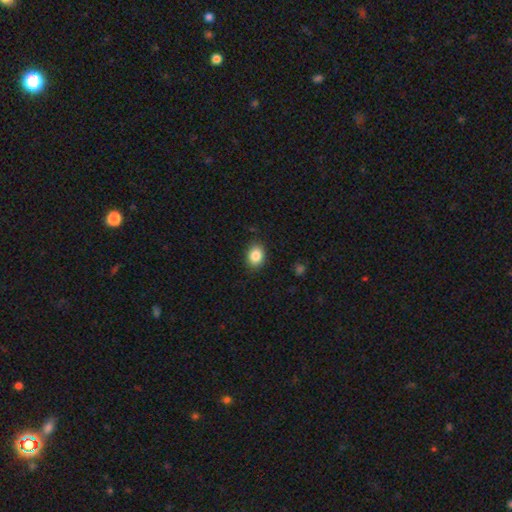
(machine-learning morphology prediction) Smooth or featured?
  - smooth: 86% *
  - star or artifact: 9%
  - featured or disk: 5%
How rounded?
  - in between: 63% *
  - round: 36%
  - cigar-shaped: 1%
Merging?
  - none: 87% *
  - minor disturbance: 10%
  - major disturbance: 2%
  - merger: 1%